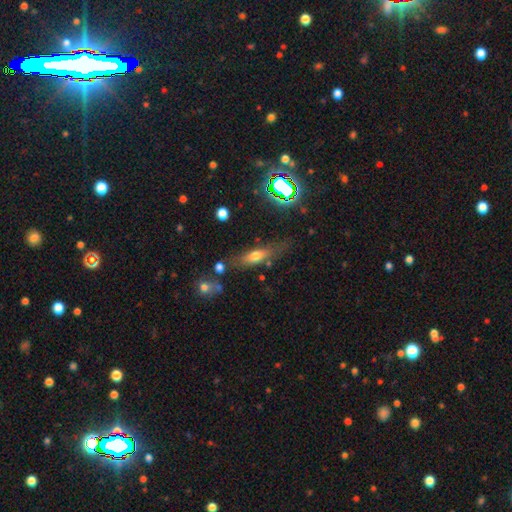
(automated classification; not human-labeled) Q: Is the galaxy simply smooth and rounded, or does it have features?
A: smooth — 56%.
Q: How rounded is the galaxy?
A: cigar-shaped — 51%.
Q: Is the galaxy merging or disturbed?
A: none — 62%.